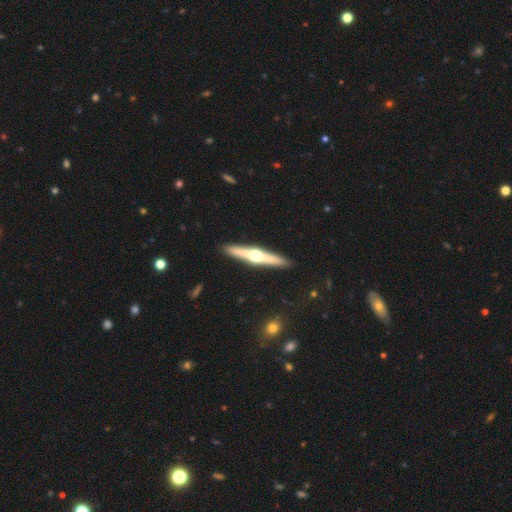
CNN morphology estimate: type=featured or disk (73%); edge-on=yes (98%); edge-on bulge=rounded (95%); merging=none (92%).